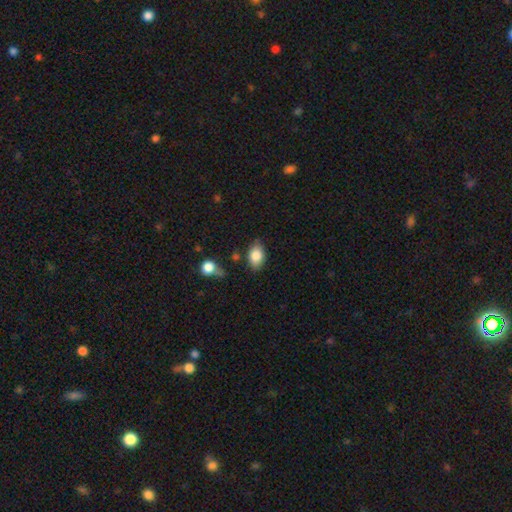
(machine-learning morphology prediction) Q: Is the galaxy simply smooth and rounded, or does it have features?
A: smooth — 83%.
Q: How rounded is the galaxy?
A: in between — 87%.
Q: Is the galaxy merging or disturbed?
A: none — 74%.